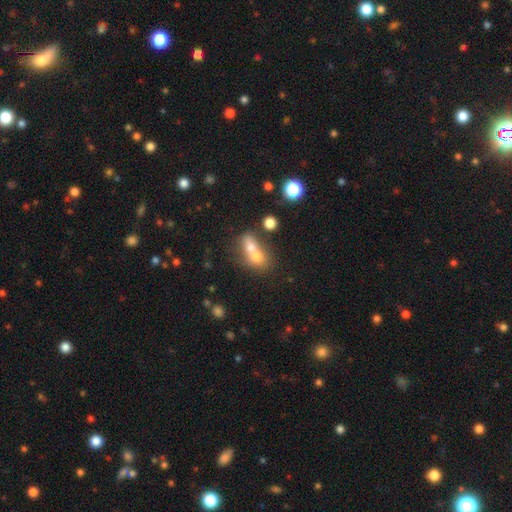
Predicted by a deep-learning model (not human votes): This is likely a smooth galaxy (65%). How rounded: possibly in between (55%). Merging: likely merger (71%).